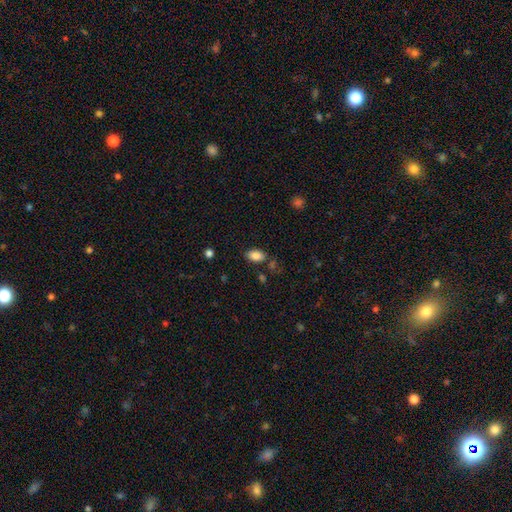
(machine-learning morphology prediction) Smooth or featured? smooth (86%)
How rounded? in between (91%)
Merging? none (79%)